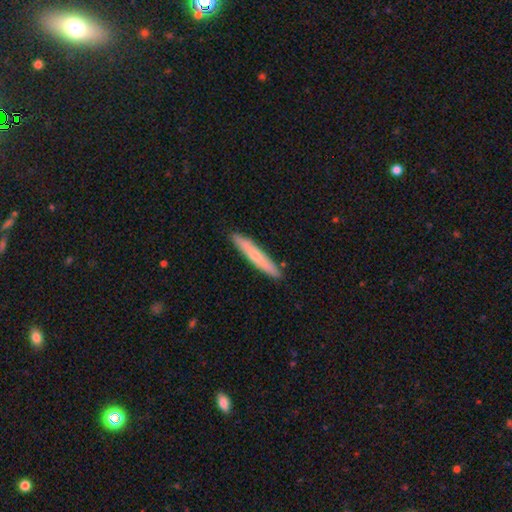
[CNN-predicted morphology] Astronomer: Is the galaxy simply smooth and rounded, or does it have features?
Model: smooth — 60% (runner-up: featured or disk, 35%).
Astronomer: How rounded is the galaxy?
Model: cigar-shaped — 94%.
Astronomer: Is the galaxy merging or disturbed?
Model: none — 90%.